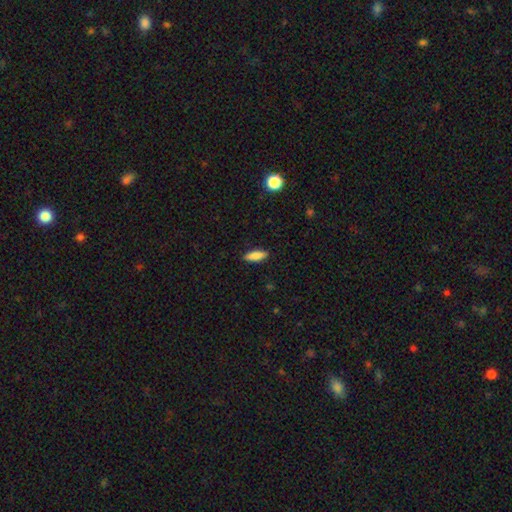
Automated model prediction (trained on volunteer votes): Q: Smooth or featured?
A: smooth (84%); runner-up: featured or disk (9%)
Q: How rounded?
A: in between (53%); runner-up: cigar-shaped (45%)
Q: Merging?
A: none (89%); runner-up: minor disturbance (8%)